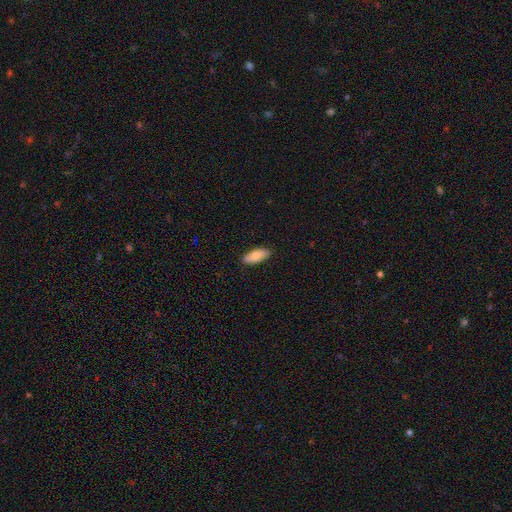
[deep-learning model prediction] This is clearly a smooth galaxy (83%). How rounded: clearly in between (83%). Merging: clearly none (83%).